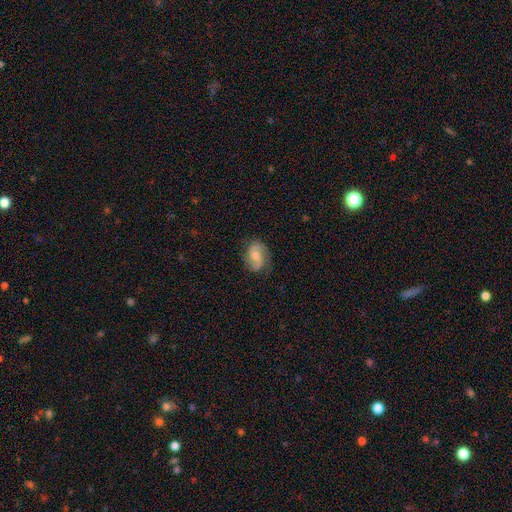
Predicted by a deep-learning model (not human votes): featured or disk 64%, smooth 29%, star or artifact 7%. Down the decision tree: edge-on disk — no (97%); bar — no (50%); spiral arms — yes (92%); spiral arm count — 2 (85%); spiral winding — medium (42%); bulge size — moderate (55%); merging — none (73%).